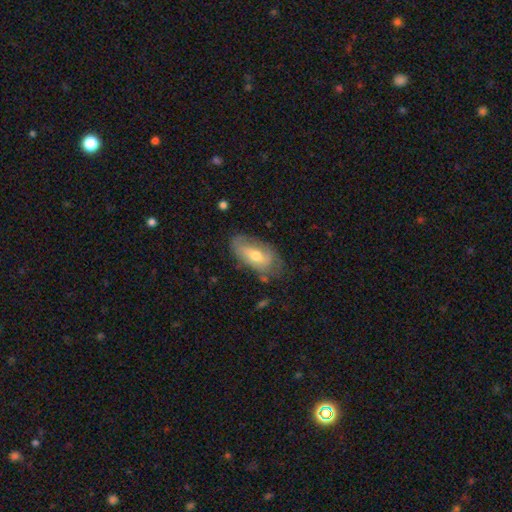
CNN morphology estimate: Overall: smooth (48%; featured or disk 46%). Merging: none (60%; minor disturbance 28%).